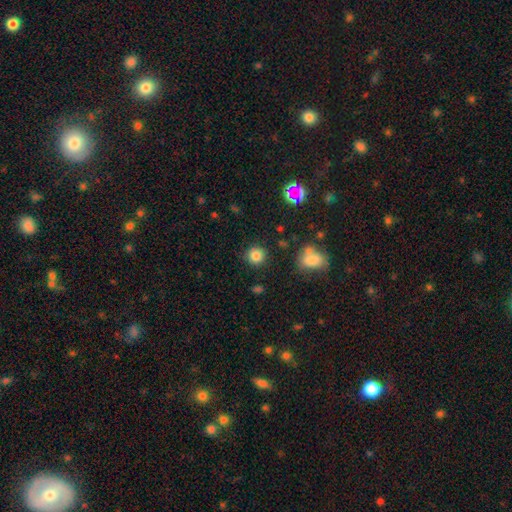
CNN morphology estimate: type=smooth (82%); roundness=round (91%); merging=none (86%).